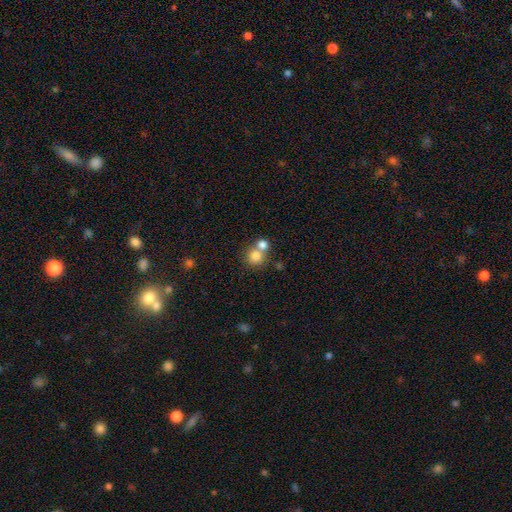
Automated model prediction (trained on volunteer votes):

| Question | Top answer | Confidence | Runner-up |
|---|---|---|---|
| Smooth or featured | smooth | 79% | star or artifact (11%) |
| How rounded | round | 87% | in between (12%) |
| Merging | none | 46% | merger (45%) |